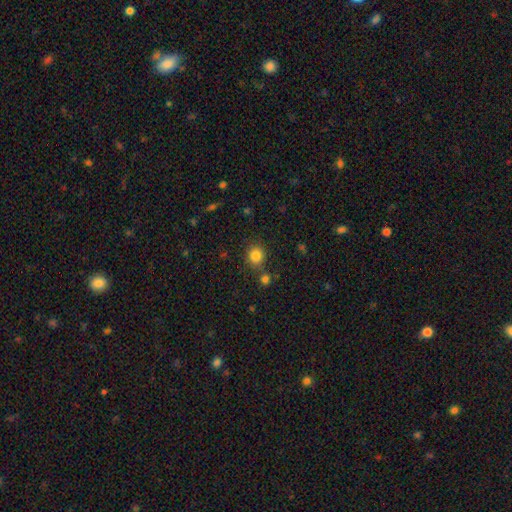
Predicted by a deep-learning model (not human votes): Overall: smooth (84%). How rounded: round (84%). Merging: none (76%).